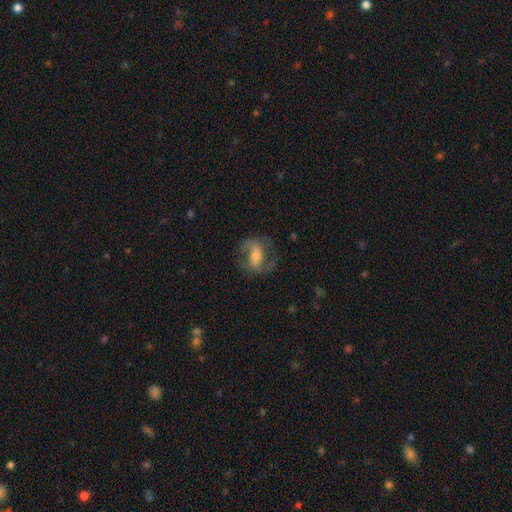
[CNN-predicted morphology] Smooth or featured: featured or disk — 69% (smooth — 23%)
Edge-on disk: no — 95% (yes — 5%)
Bar: weak — 38% (tied with strong — 38%)
Spiral arms: yes — 87% (no — 13%)
Spiral winding: medium — 49% (loose — 31%)
Spiral arm count: 2 — 85% (can't tell — 7%)
Bulge size: moderate — 47% (small — 36%)
Merging: none — 69% (minor disturbance — 17%)